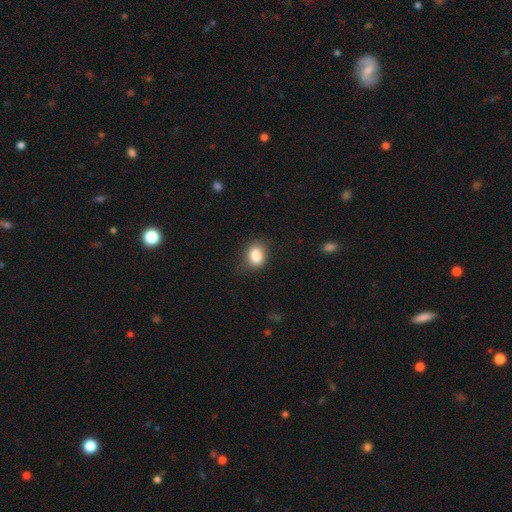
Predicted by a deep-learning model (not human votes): Smooth or featured: smooth — 85% (star or artifact — 9%)
How rounded: in between — 64% (round — 35%)
Merging: none — 71% (minor disturbance — 21%)